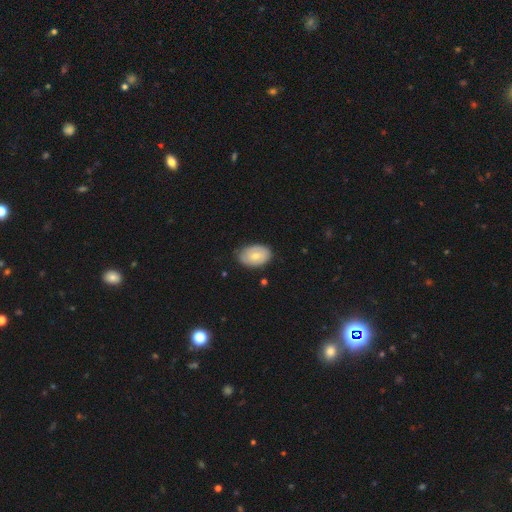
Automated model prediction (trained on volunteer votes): Smooth or featured? smooth (64%)
How rounded? in between (87%)
Merging? none (76%)